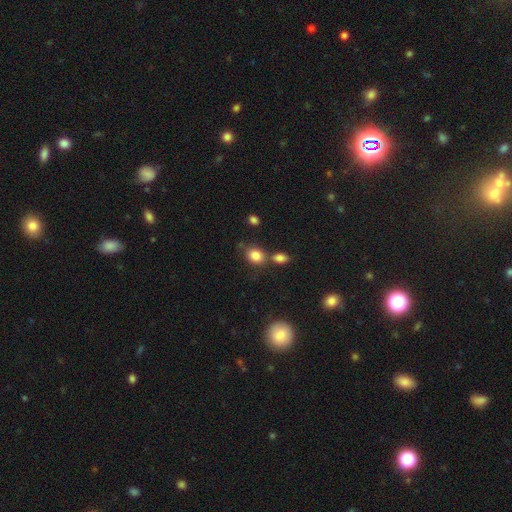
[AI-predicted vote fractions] A smooth galaxy with no disk features (83%) that is in between round and cigar-shaped (52%).

Vote fractions:
- Smooth or featured? smooth: 83% / star or artifact: 10% / featured or disk: 7%
- How rounded? in between: 52% / round: 47% / cigar-shaped: 1%
- Merging? none: 59% / merger: 23% / minor disturbance: 13% / major disturbance: 5%